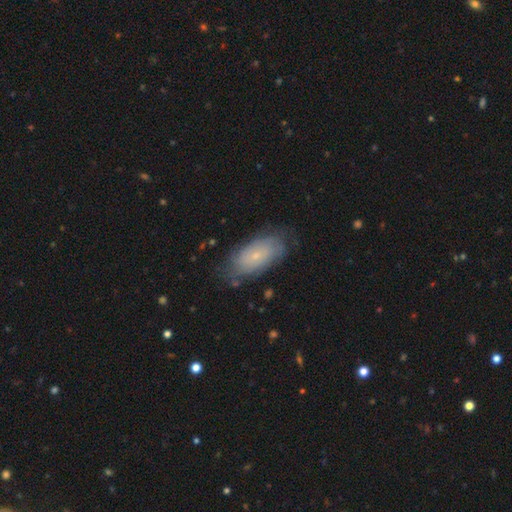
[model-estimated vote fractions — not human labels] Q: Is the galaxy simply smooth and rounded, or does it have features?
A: smooth — 49%.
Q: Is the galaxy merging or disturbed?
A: none — 72%.